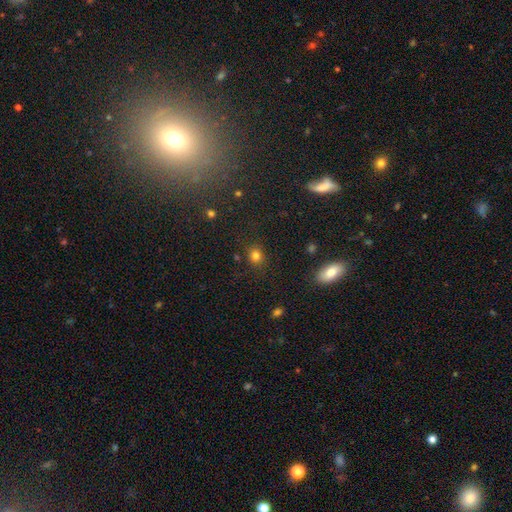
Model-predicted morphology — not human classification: smooth 80%, star or artifact 15%, featured or disk 5%. Down the decision tree: how rounded — round (78%); merging — none (85%).